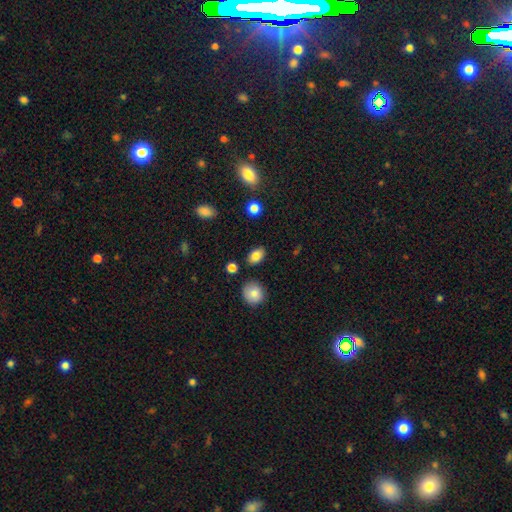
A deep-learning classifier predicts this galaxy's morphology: smooth 83%, star or artifact 9%, featured or disk 8%. Down the decision tree: how rounded — in between (84%); merging — none (84%).